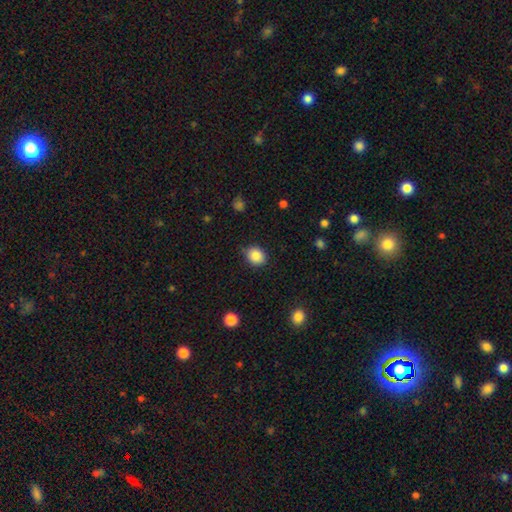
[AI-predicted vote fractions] Morphology: type=smooth (86%); roundness=round (65%); merging=none (81%).